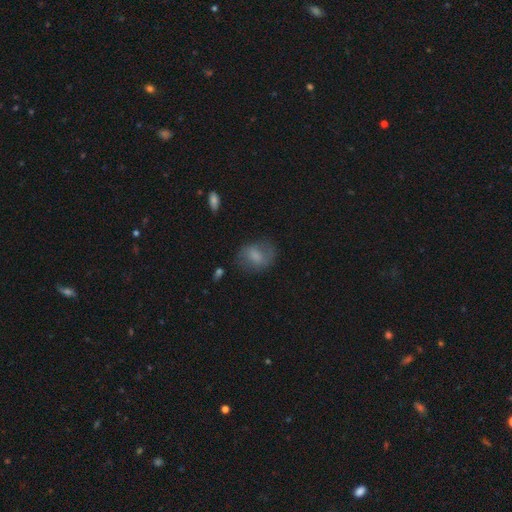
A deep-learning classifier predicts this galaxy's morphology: type=smooth (63%); roundness=in between (61%); merging=none (60%).